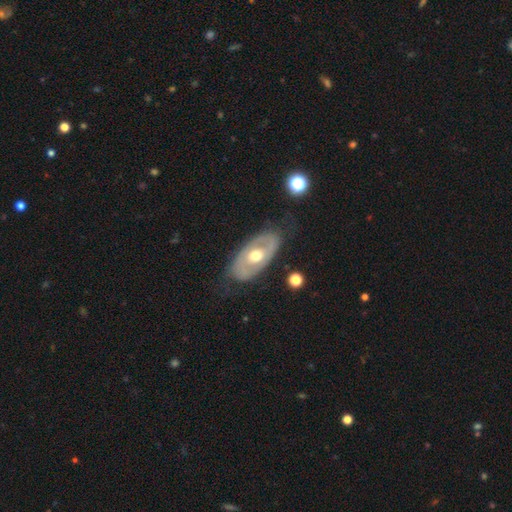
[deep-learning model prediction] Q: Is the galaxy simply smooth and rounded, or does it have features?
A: featured or disk — 64%.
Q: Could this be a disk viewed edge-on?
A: no — 88%.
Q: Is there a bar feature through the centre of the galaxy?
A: no — 80%.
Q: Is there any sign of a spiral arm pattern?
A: no — 65%.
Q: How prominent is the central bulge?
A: moderate — 76%.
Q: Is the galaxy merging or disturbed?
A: none — 74%.